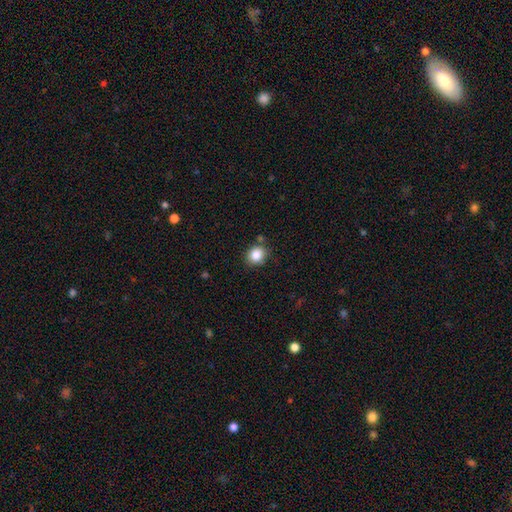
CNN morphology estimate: A smooth galaxy with no disk features (85%) that is round (74%). Merging: none (80%).